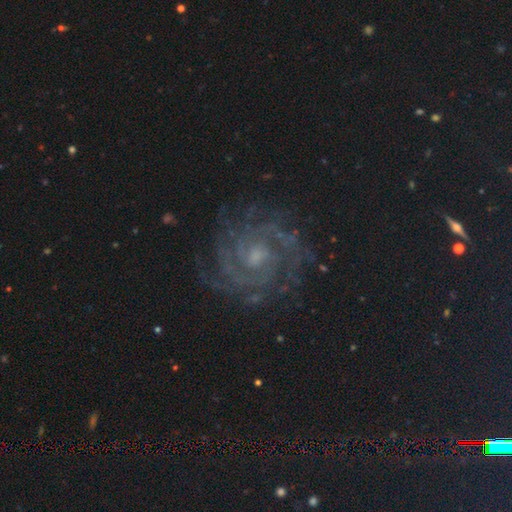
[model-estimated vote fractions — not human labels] Overall: featured or disk (88%). Edge-on disk: no (98%). Bar: no (52%; weak 39%). Spiral arms: yes (97%). Spiral arm count: can't tell (26%; 2 23%). Spiral winding: tight (66%; medium 29%). Bulge size: small (52%; moderate 36%). Merging: none (79%).